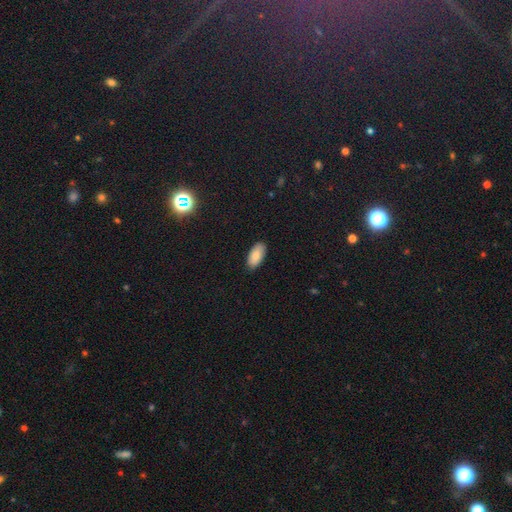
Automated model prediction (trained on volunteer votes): A smooth galaxy with no disk features (85%) that is in between round and cigar-shaped (93%). Merging: none (88%).